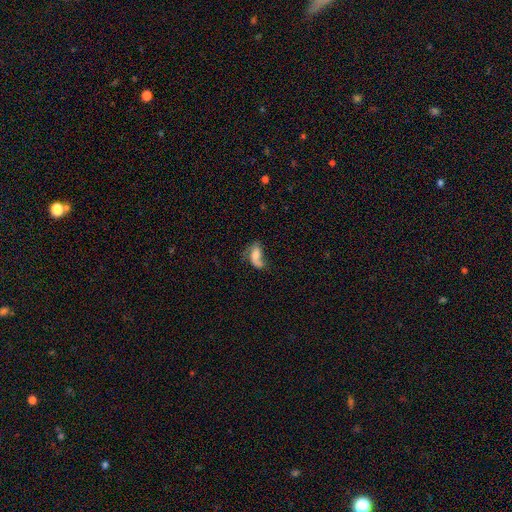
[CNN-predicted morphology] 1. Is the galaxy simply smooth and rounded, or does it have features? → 50% smooth, 40% featured or disk, 10% star or artifact.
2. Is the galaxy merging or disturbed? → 33% major disturbance, 31% none, 24% minor disturbance, 12% merger.